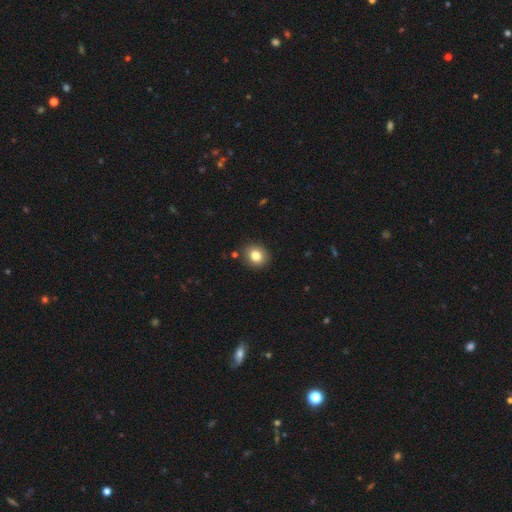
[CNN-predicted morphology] Smooth or featured? Predicted: smooth (p=0.82). How rounded? Predicted: round (p=0.75). Merging? Predicted: none (p=0.87).